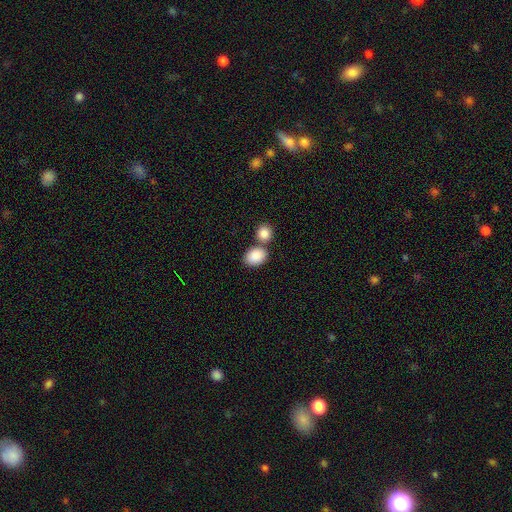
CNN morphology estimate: This appears to be a smooth galaxy with no disk features (88%) that is in between round and cigar-shaped (67%). Merging: none (55%).